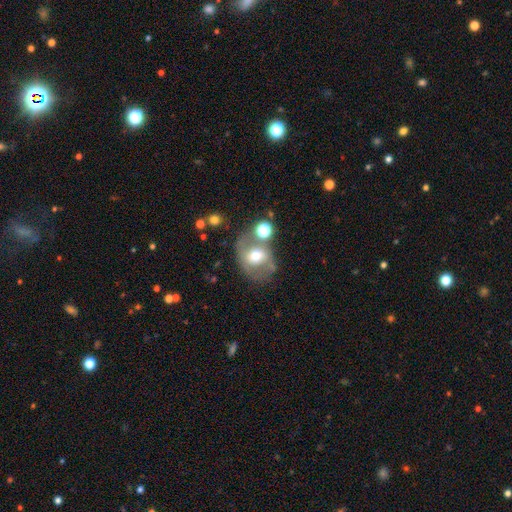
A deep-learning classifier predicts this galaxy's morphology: A featured or disk galaxy (49%).

Vote fractions:
- Smooth or featured? featured or disk: 49% / smooth: 41% / star or artifact: 10%
- Merging? none: 55% / minor disturbance: 18% / merger: 16% / major disturbance: 11%